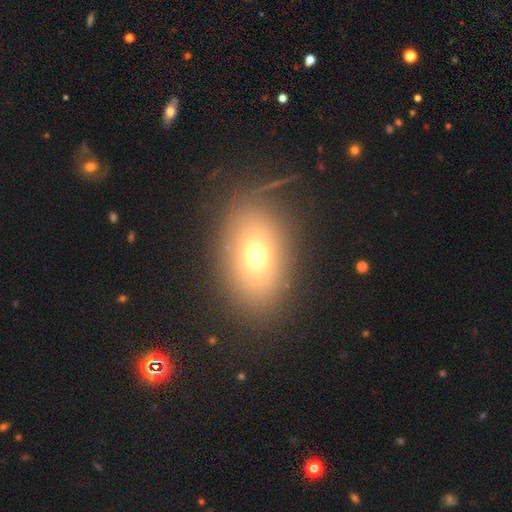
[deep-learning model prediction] Smooth or featured? smooth (66%)
How rounded? in between (79%)
Merging? none (79%)